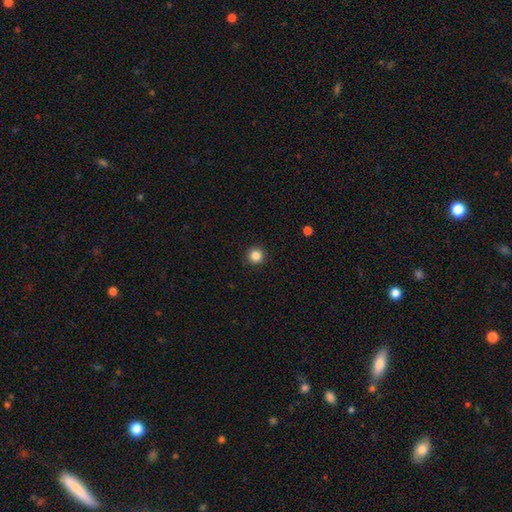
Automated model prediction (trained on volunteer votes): smooth-or-featured: smooth: 85% | star or artifact: 11% | featured or disk: 4%
  how-rounded: round: 96% | in between: 3% | cigar-shaped: 1%
  merging: none: 93% | minor disturbance: 5% | major disturbance: 2% | merger: 1%